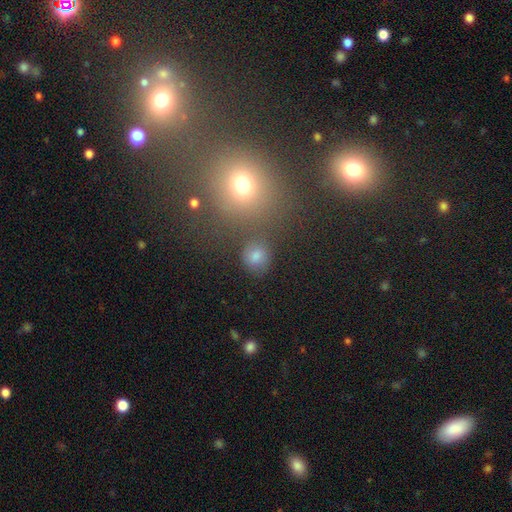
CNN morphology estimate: Smooth or featured?
  - smooth: 69% *
  - star or artifact: 22%
  - featured or disk: 9%
How rounded?
  - round: 83% *
  - in between: 16%
  - cigar-shaped: 1%
Merging?
  - none: 79% *
  - minor disturbance: 10%
  - merger: 8%
  - major disturbance: 4%